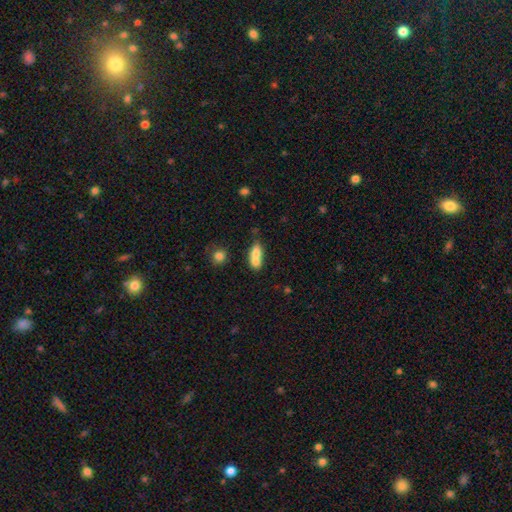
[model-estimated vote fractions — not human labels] smooth 72%, featured or disk 19%, star or artifact 9%. Down the decision tree: how rounded — in between (70%); merging — merger (55%).